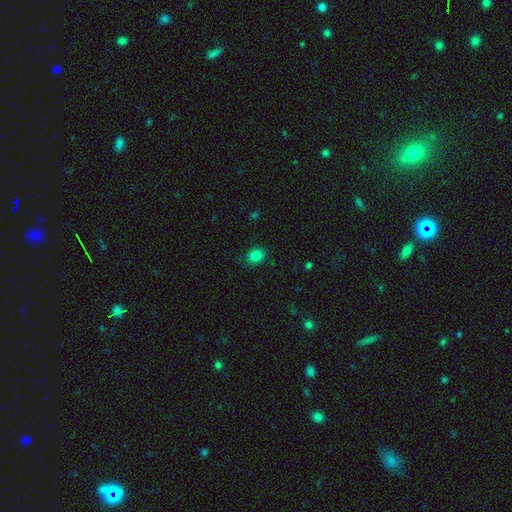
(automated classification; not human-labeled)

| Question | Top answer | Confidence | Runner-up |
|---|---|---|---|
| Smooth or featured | smooth | 83% | star or artifact (12%) |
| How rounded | round | 50% | in between (49%) |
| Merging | none | 79% | minor disturbance (16%) |